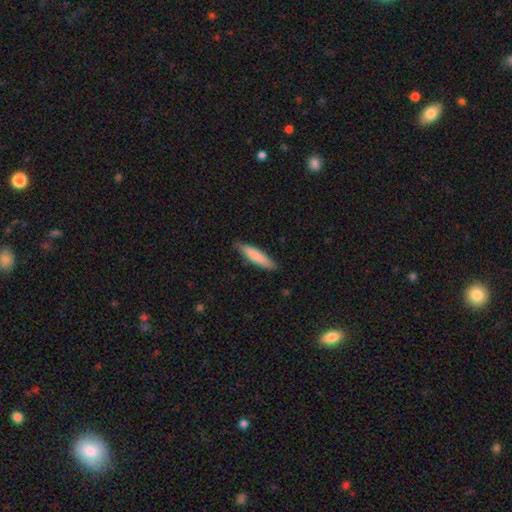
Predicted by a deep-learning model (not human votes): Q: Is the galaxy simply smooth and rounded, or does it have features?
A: smooth — 82%.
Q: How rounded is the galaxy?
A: cigar-shaped — 80%.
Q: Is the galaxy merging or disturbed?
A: none — 83%.